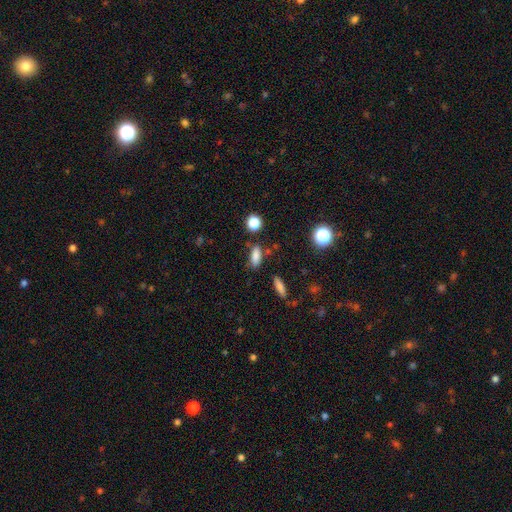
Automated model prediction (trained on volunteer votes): Morphology: type=smooth (81%); roundness=in between (66%); merging=none (75%).